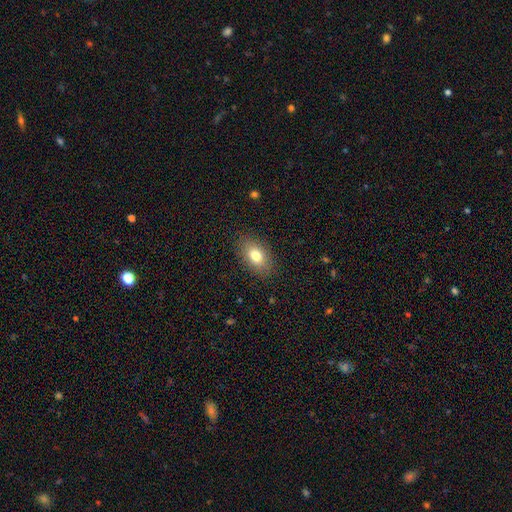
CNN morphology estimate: smooth-or-featured: smooth: 79% | featured or disk: 13% | star or artifact: 9%
  how-rounded: in between: 88% | round: 10% | cigar-shaped: 2%
  merging: none: 86% | minor disturbance: 10% | major disturbance: 3% | merger: 1%